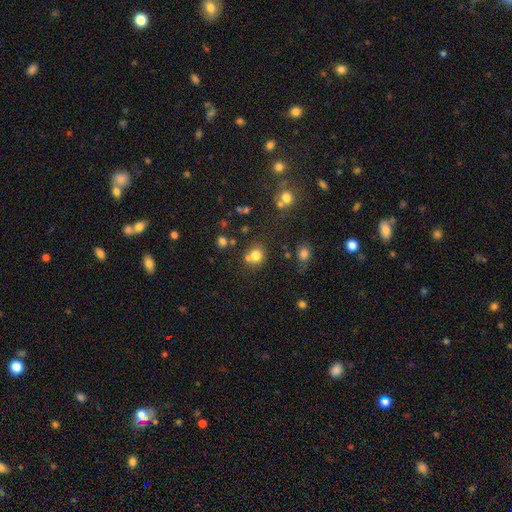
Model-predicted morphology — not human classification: Overall: smooth (76%). How rounded: round (86%). Merging: none (59%; merger 28%).